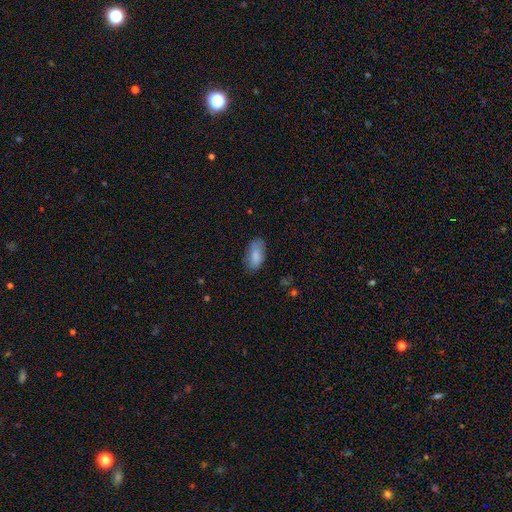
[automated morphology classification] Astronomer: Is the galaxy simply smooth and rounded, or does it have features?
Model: smooth — 84%.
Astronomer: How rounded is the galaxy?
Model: in between — 92%.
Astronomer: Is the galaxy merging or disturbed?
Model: none — 73%.